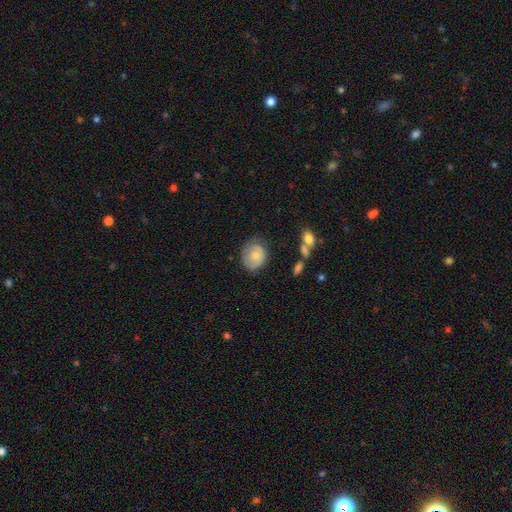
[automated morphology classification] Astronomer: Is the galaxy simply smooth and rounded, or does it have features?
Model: smooth — 66%.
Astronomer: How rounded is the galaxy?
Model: round — 66%.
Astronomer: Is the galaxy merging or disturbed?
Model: none — 58%.